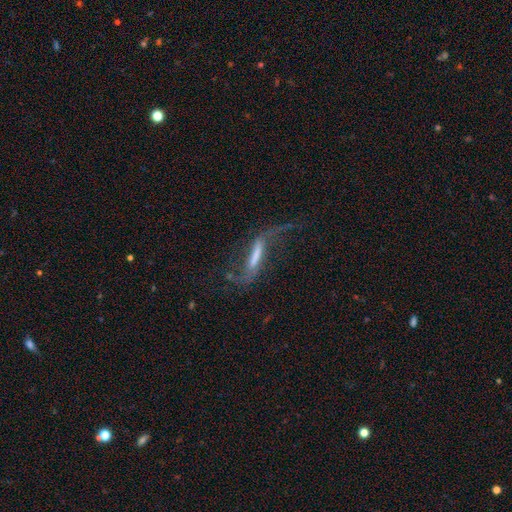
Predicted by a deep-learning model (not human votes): Smooth or featured?
  - featured or disk: 75% *
  - smooth: 16%
  - star or artifact: 9%
Edge-on disk?
  - no: 74% *
  - yes: 26%
Bar?
  - strong: 61% *
  - weak: 25%
  - no: 14%
Spiral arms?
  - yes: 86% *
  - no: 14%
Bulge size?
  - none: 43% *
  - small: 24%
  - moderate: 21%
  - large: 8%
  - dominant: 3%
Merging?
  - none: 49% *
  - major disturbance: 29%
  - minor disturbance: 18%
  - merger: 4%